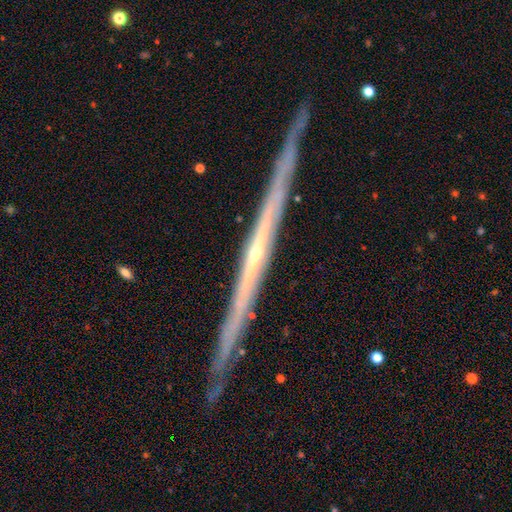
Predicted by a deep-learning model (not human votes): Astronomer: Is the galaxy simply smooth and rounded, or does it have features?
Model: featured or disk — 84%.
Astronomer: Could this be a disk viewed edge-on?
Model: yes — 97%.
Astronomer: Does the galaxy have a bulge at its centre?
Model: none — 63%.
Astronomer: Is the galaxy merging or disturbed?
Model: none — 89%.